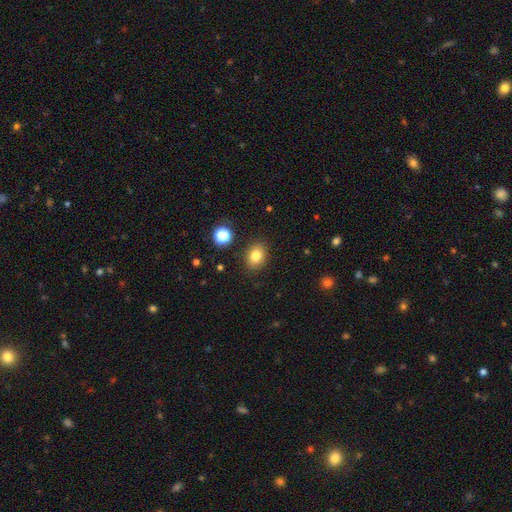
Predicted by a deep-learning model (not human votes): Smooth or featured?
  - smooth: 80% *
  - star or artifact: 11%
  - featured or disk: 8%
How rounded?
  - in between: 62% *
  - round: 37%
  - cigar-shaped: 1%
Merging?
  - none: 87% *
  - minor disturbance: 9%
  - major disturbance: 3%
  - merger: 2%